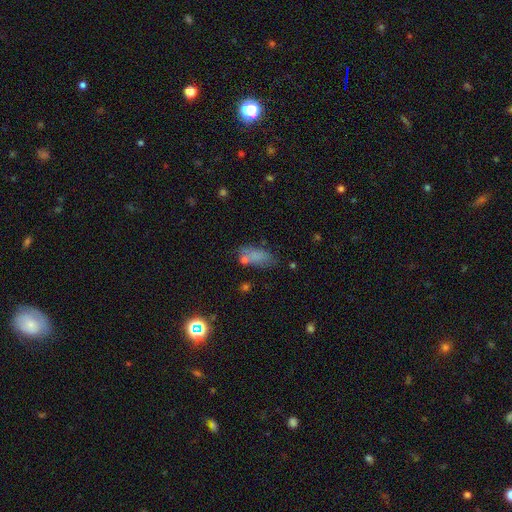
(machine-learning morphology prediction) smooth-or-featured: smooth: 73% | star or artifact: 14% | featured or disk: 13%
  how-rounded: in between: 81% | cigar-shaped: 14% | round: 5%
  merging: none: 57% | minor disturbance: 22% | merger: 11% | major disturbance: 10%